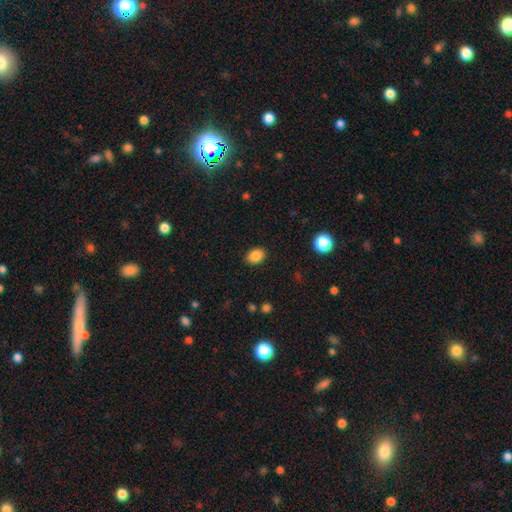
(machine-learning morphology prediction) Smooth or featured: smooth — 87% (star or artifact — 9%)
How rounded: in between — 71% (round — 29%)
Merging: none — 88% (minor disturbance — 9%)